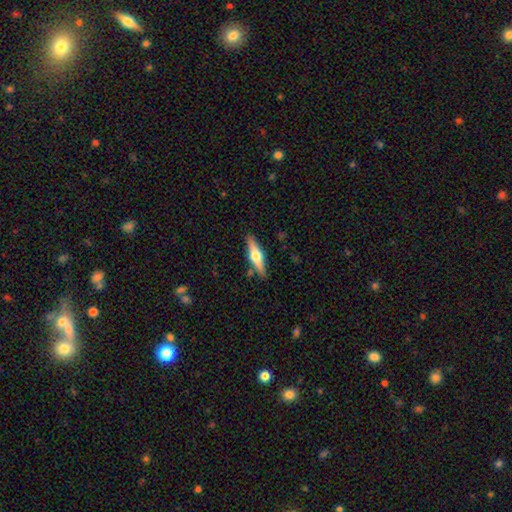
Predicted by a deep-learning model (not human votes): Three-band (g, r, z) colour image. It shows a featured or disk galaxy (56%) viewed edge-on (95%) with a rounded central bulge (94%). Merging: none (87%).